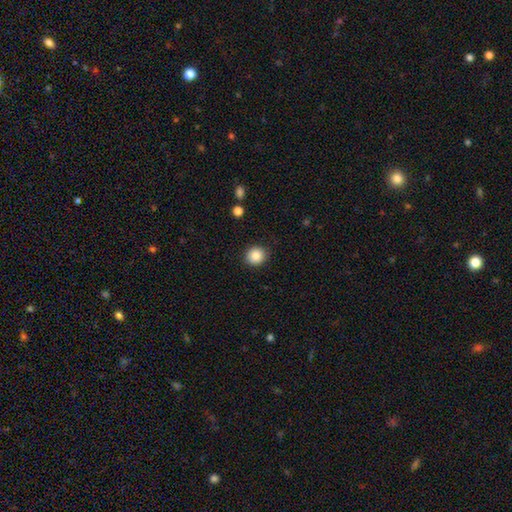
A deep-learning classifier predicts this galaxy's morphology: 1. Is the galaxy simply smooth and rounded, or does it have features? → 87% smooth, 9% star or artifact, 4% featured or disk.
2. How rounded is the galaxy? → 87% round, 12% in between, 1% cigar-shaped.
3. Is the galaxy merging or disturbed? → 89% none, 7% minor disturbance, 2% major disturbance, 1% merger.